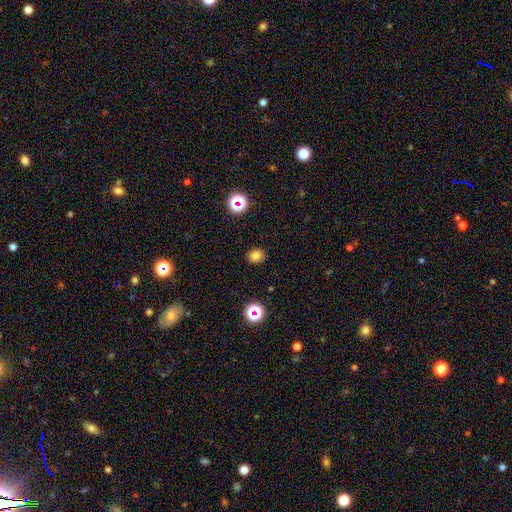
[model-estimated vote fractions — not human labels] This is likely a smooth galaxy (79%). How rounded: likely round (62%). Merging: clearly none (89%).